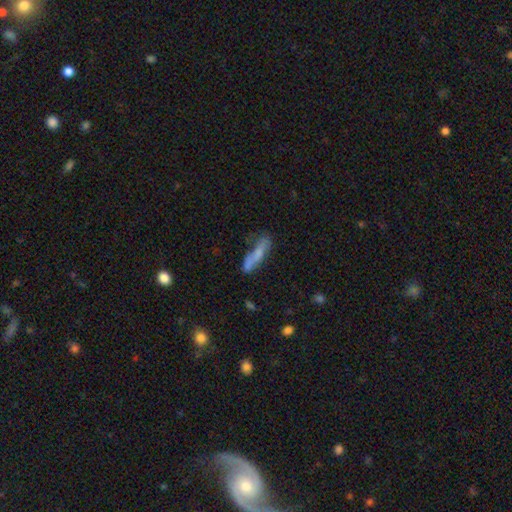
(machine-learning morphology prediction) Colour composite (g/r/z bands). It shows a smooth galaxy with no disk features (61%) that is cigar-shaped (77%). Merging: none (50%).